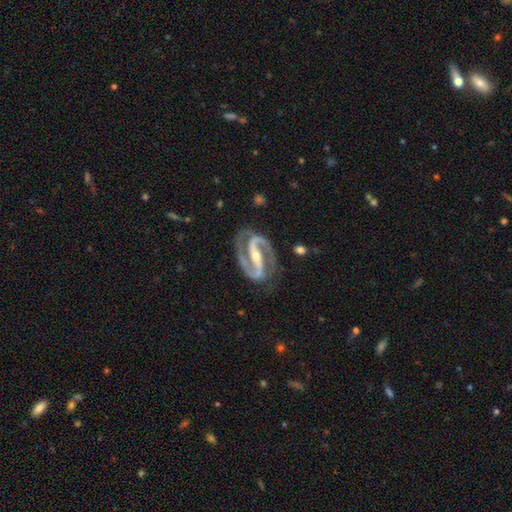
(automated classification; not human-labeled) Q: Smooth or featured?
A: featured or disk (94%); runner-up: star or artifact (4%)
Q: Edge-on disk?
A: no (97%); runner-up: yes (3%)
Q: Bar?
A: strong (74%); runner-up: weak (17%)
Q: Spiral arms?
A: yes (99%); runner-up: no (1%)
Q: Spiral winding?
A: medium (58%); runner-up: tight (29%)
Q: Spiral arm count?
A: 2 (95%); runner-up: can't tell (1%)
Q: Bulge size?
A: small (56%); runner-up: moderate (41%)
Q: Merging?
A: none (82%); runner-up: minor disturbance (12%)